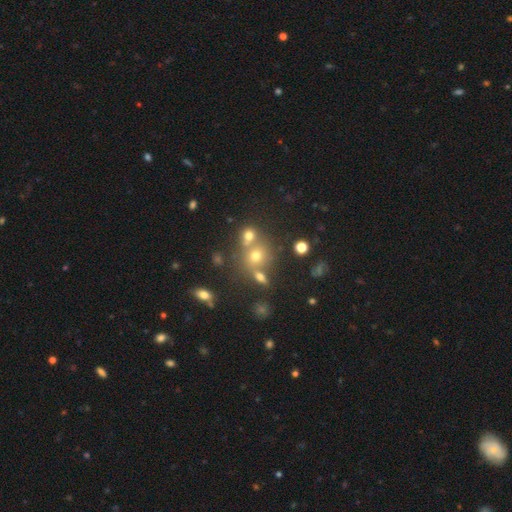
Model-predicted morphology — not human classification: This is possibly a smooth galaxy (47%). Merging: possibly none (50%).